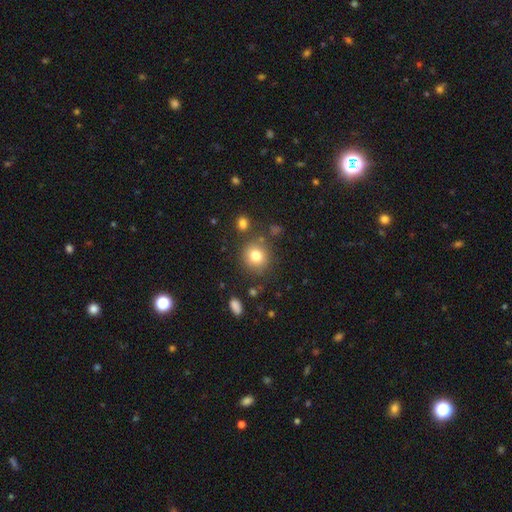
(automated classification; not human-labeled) Q: Smooth or featured?
A: smooth (79%); runner-up: star or artifact (12%)
Q: How rounded?
A: round (88%); runner-up: in between (11%)
Q: Merging?
A: none (81%); runner-up: minor disturbance (10%)